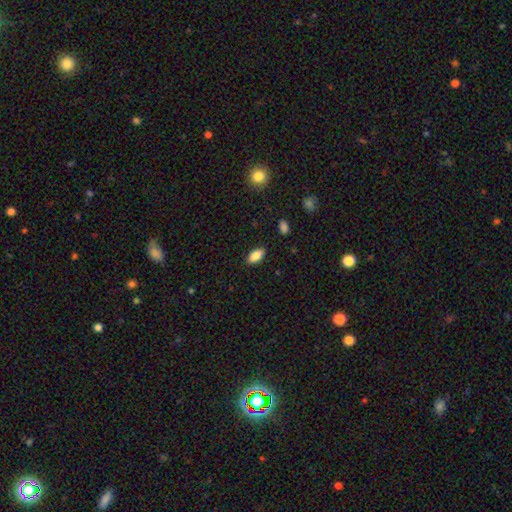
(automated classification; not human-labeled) Smooth or featured? Predicted: smooth (p=0.86). How rounded? Predicted: in between (p=0.90). Merging? Predicted: none (p=0.88).